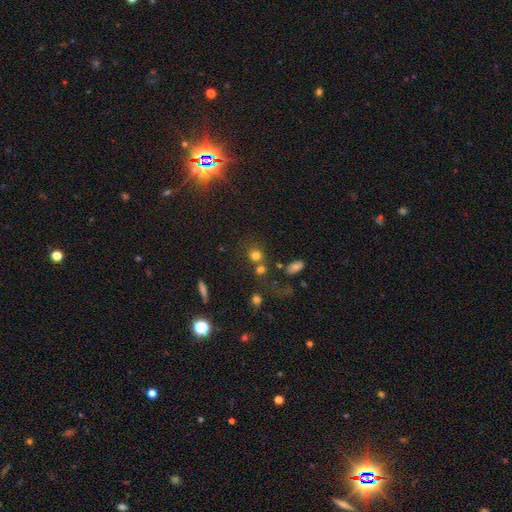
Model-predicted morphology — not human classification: smooth-or-featured: smooth: 74% | star or artifact: 17% | featured or disk: 9%
  how-rounded: round: 83% | in between: 16% | cigar-shaped: 1%
  merging: none: 61% | merger: 23% | minor disturbance: 10% | major disturbance: 6%